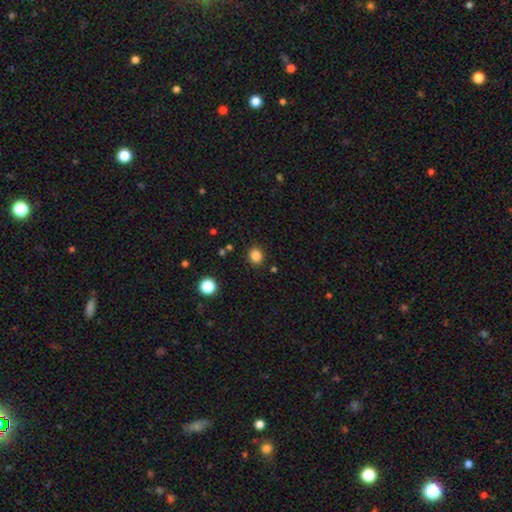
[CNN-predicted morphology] Smooth or featured? smooth (84%)
How rounded? round (78%)
Merging? none (88%)